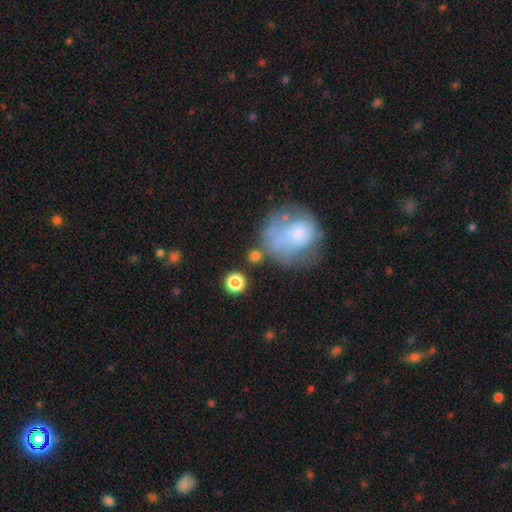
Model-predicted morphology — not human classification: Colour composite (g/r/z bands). It shows a smooth galaxy with no disk features (59%) that is round (70%). Merging: none (43%).